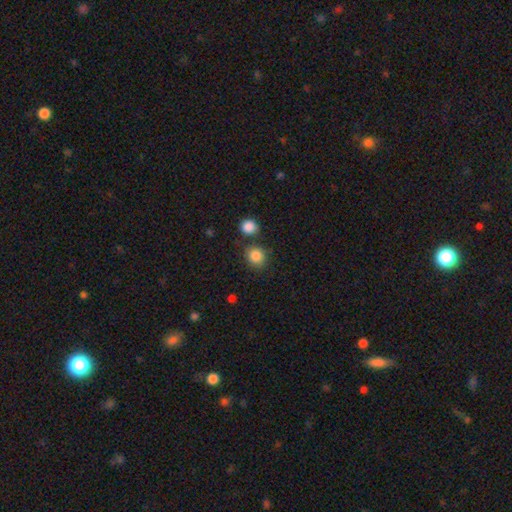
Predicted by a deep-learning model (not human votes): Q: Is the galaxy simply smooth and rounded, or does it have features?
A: smooth — 86%.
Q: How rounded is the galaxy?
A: round — 80%.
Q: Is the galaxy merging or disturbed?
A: none — 75%.